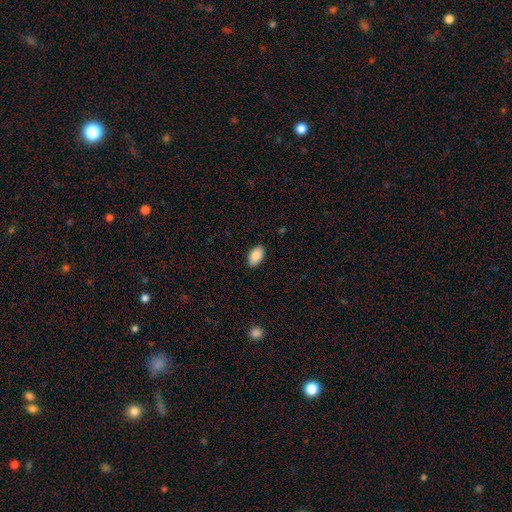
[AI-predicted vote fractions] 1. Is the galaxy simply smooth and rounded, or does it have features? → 89% smooth, 6% star or artifact, 5% featured or disk.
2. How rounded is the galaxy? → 95% in between, 4% round, 2% cigar-shaped.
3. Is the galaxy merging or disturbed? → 89% none, 8% minor disturbance, 2% major disturbance, 1% merger.